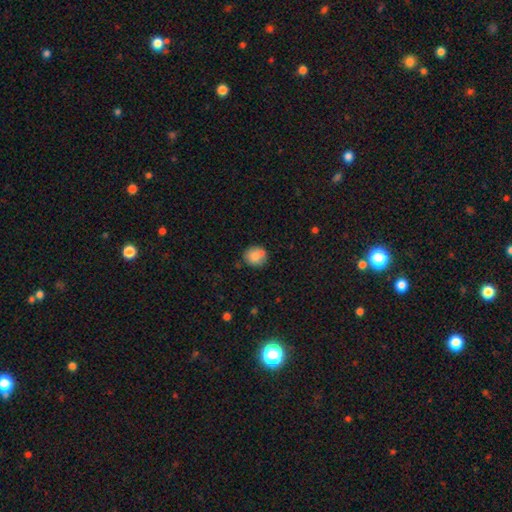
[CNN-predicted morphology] smooth 79%, featured or disk 12%, star or artifact 9%. Down the decision tree: how rounded — round (80%); merging — none (64%).